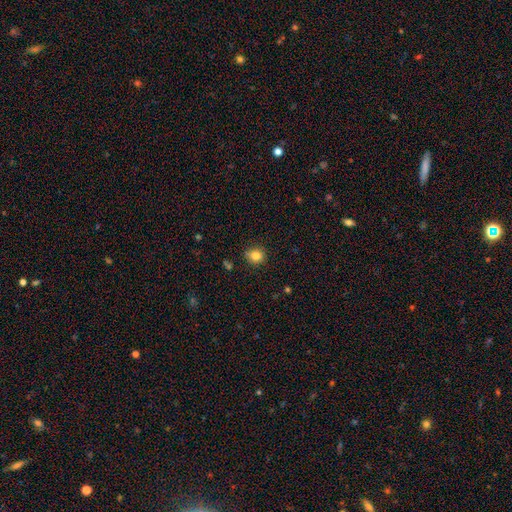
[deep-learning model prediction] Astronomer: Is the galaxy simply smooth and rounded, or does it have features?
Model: smooth — 83%.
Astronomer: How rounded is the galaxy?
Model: round — 83%.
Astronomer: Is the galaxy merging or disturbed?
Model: none — 84%.